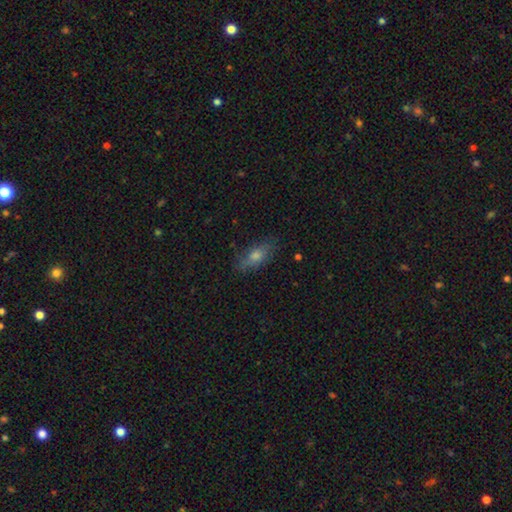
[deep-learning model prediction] smooth-or-featured: smooth: 59% | featured or disk: 30% | star or artifact: 11%
  how-rounded: in between: 64% | cigar-shaped: 30% | round: 5%
  merging: none: 78% | minor disturbance: 17% | major disturbance: 4% | merger: 1%